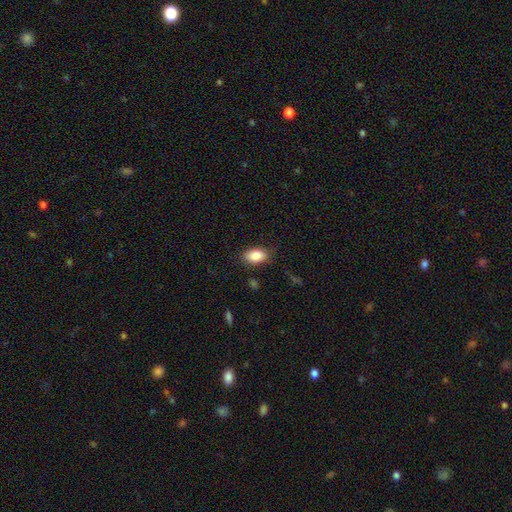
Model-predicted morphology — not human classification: Smooth or featured? smooth (87%)
How rounded? in between (90%)
Merging? none (78%)